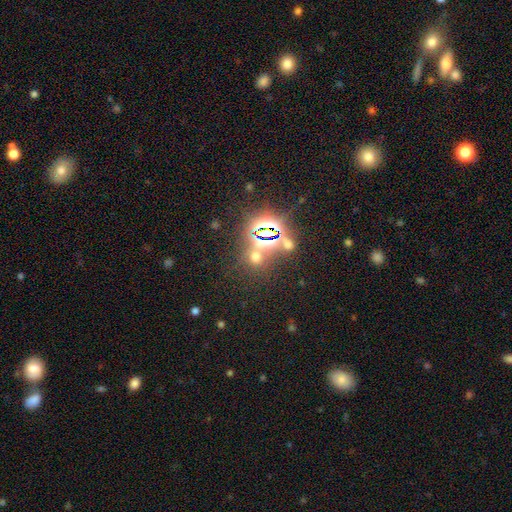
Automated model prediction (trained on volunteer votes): Q: Smooth or featured?
A: star or artifact (59%); runner-up: smooth (34%)